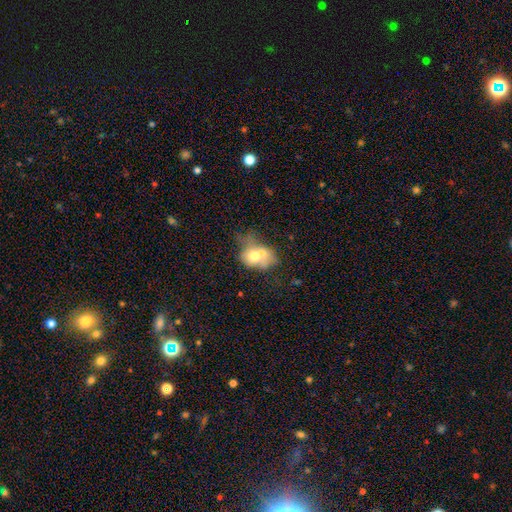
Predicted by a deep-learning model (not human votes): This appears to be a smooth galaxy with no disk features (59%) that is in between round and cigar-shaped (55%). Merging: merger (67%).